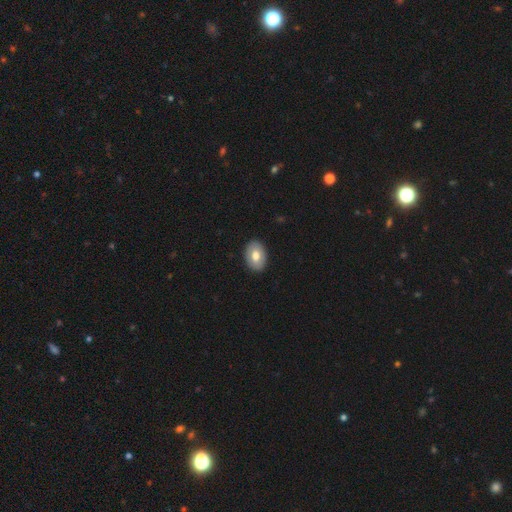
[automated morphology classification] Smooth or featured: smooth — 75% (featured or disk — 18%)
How rounded: in between — 82% (round — 17%)
Merging: none — 90% (minor disturbance — 7%)